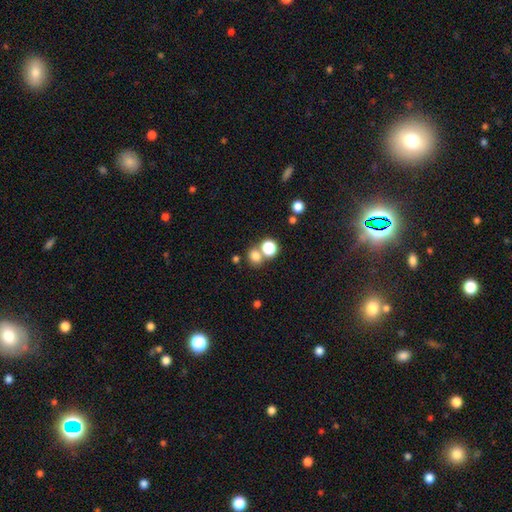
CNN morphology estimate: A smooth galaxy with no disk features (76%) that is round (70%).

Vote fractions:
- Smooth or featured? smooth: 76% / star or artifact: 17% / featured or disk: 7%
- How rounded? round: 70% / in between: 29% / cigar-shaped: 1%
- Merging? none: 57% / merger: 31% / minor disturbance: 8% / major disturbance: 4%